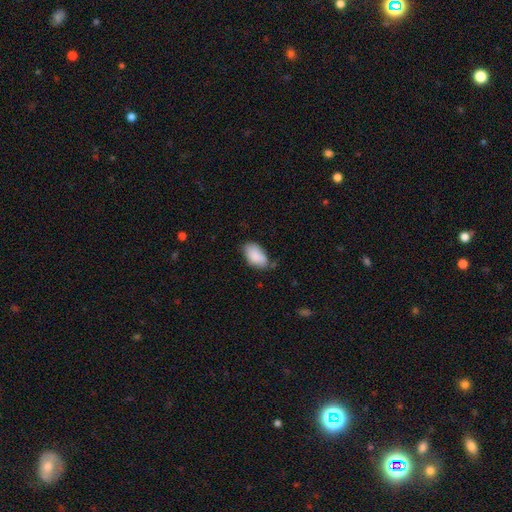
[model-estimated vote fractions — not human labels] Smooth or featured? smooth (87%)
How rounded? in between (94%)
Merging? none (61%)